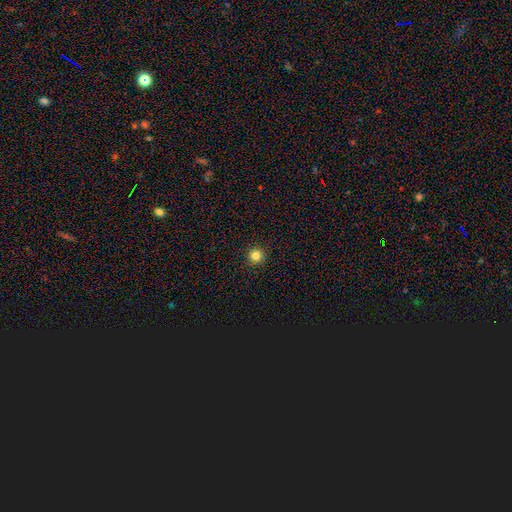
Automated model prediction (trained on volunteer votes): Smooth or featured? Predicted: smooth (p=0.82). How rounded? Predicted: round (p=0.96). Merging? Predicted: none (p=0.93).